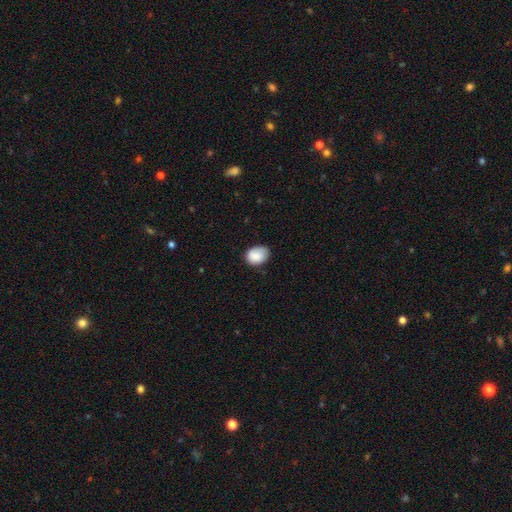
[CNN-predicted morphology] type=smooth (86%); roundness=in between (64%); merging=none (64%).